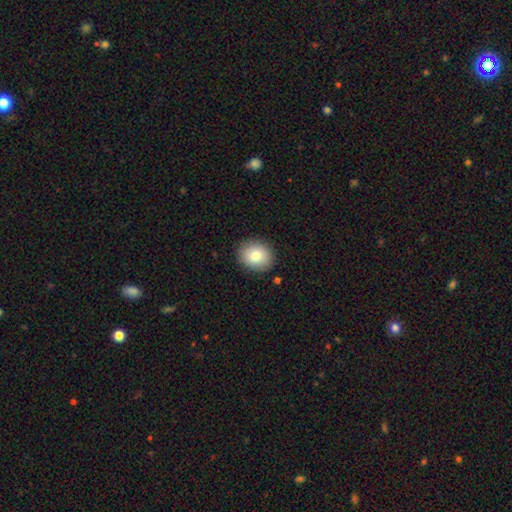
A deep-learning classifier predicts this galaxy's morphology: Smooth or featured: smooth — 81% (featured or disk — 10%)
How rounded: round — 69% (in between — 30%)
Merging: none — 89% (minor disturbance — 8%)